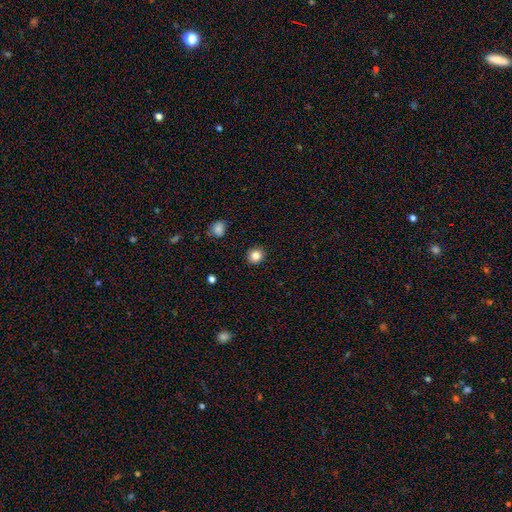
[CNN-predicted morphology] The model was most divided on "smooth or featured": smooth: 84%, star or artifact: 11%, featured or disk: 5%. More confident: merging — none (92%); how rounded — round (87%).